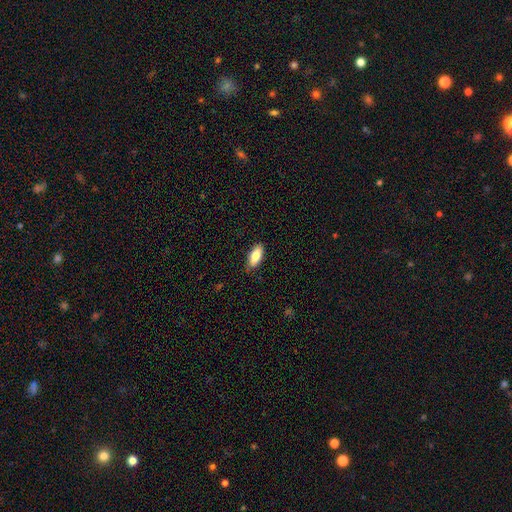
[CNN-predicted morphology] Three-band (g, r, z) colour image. It shows a smooth galaxy with no disk features (81%) that is in between round and cigar-shaped (86%). Merging: none (86%).